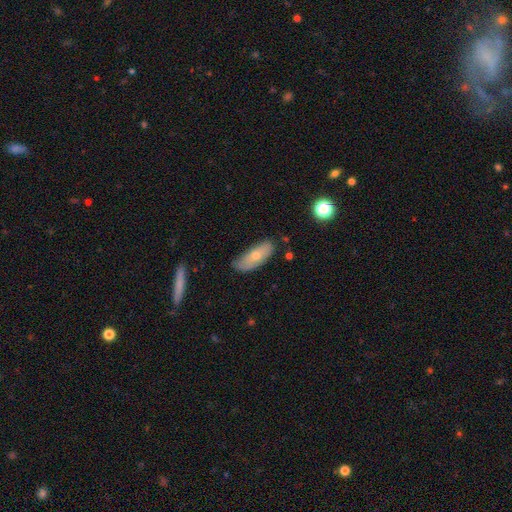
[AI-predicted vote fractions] Smooth or featured?
  - smooth: 65% *
  - featured or disk: 28%
  - star or artifact: 7%
How rounded?
  - in between: 74% *
  - cigar-shaped: 24%
  - round: 3%
Merging?
  - none: 66% *
  - minor disturbance: 26%
  - major disturbance: 5%
  - merger: 2%